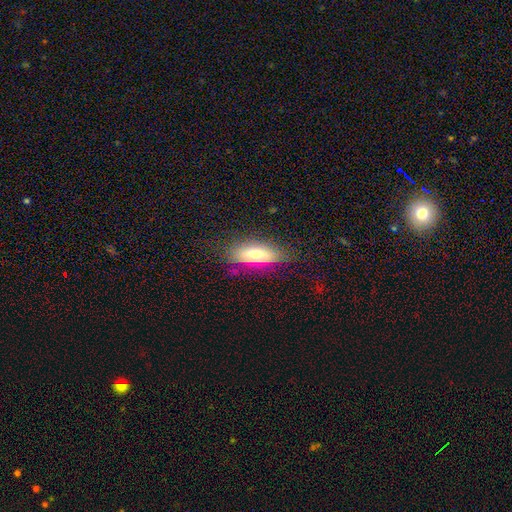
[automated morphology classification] Smooth or featured: smooth — 67% (featured or disk — 25%)
How rounded: in between — 73% (cigar-shaped — 23%)
Merging: none — 79% (minor disturbance — 15%)